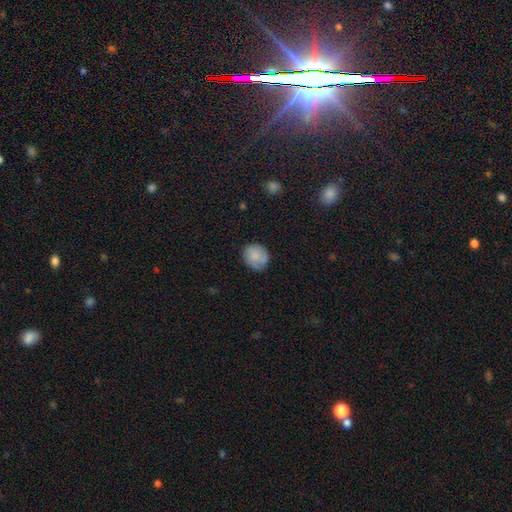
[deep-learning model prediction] The model was most divided on "how rounded": round: 77%, in between: 22%, cigar-shaped: 1%. More confident: merging — none (76%); smooth or featured — smooth (76%).